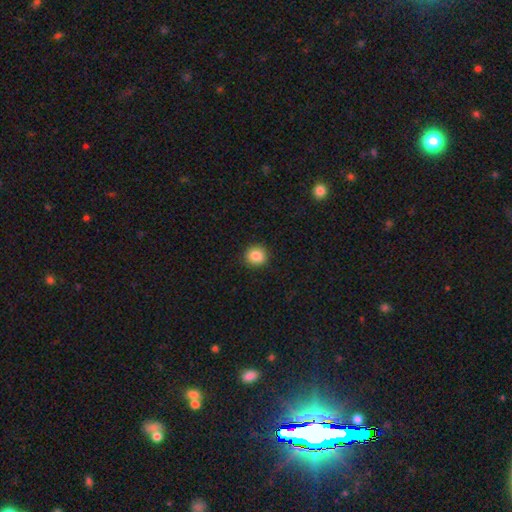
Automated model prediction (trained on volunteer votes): Q: Smooth or featured?
A: smooth (85%); runner-up: star or artifact (10%)
Q: How rounded?
A: round (88%); runner-up: in between (11%)
Q: Merging?
A: none (86%); runner-up: minor disturbance (10%)